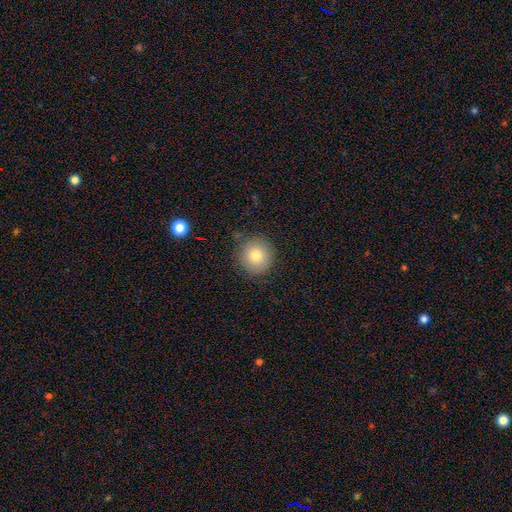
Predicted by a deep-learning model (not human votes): smooth-or-featured: smooth: 79% | star or artifact: 10% | featured or disk: 10%
  how-rounded: round: 94% | in between: 5% | cigar-shaped: 1%
  merging: none: 86% | minor disturbance: 10% | major disturbance: 3% | merger: 2%